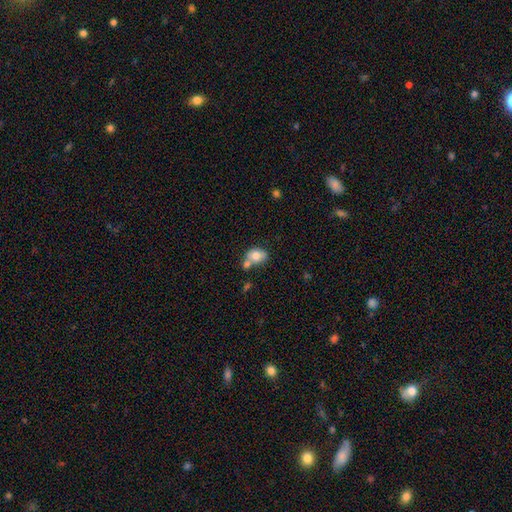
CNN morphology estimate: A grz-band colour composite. It shows a smooth galaxy with no disk features (74%) that is in between round and cigar-shaped (66%). Merging: merger (41%).